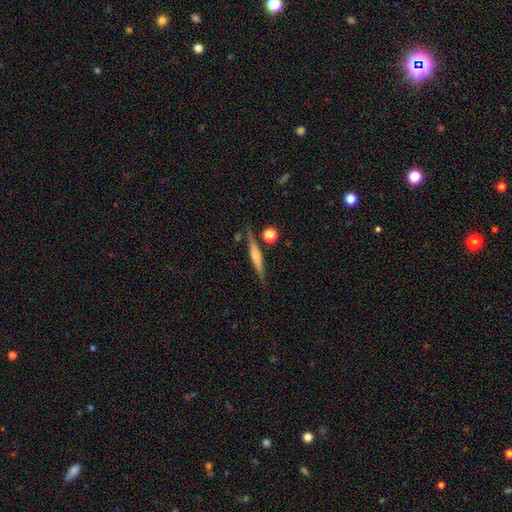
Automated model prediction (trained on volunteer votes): Overall: featured or disk (54%; smooth 39%). Edge-on disk: yes (96%). Edge-on bulge: rounded (65%). Merging: none (80%).